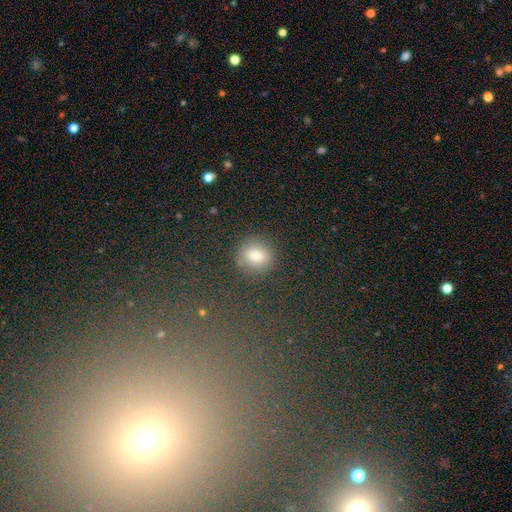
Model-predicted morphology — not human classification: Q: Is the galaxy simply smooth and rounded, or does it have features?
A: smooth — 74%.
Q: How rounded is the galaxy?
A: round — 86%.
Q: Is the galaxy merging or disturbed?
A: none — 88%.